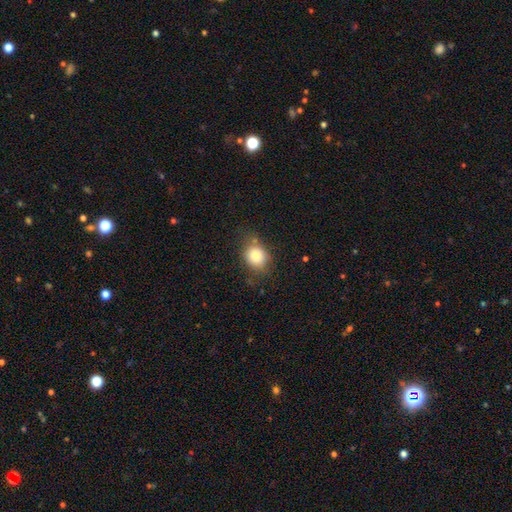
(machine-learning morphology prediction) type=smooth (82%); roundness=round (62%); merging=none (68%).